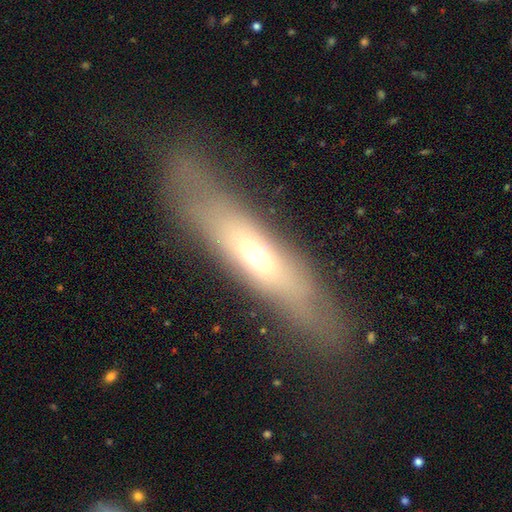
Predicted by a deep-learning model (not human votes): Smooth or featured? smooth (47%)
Merging? none (72%)